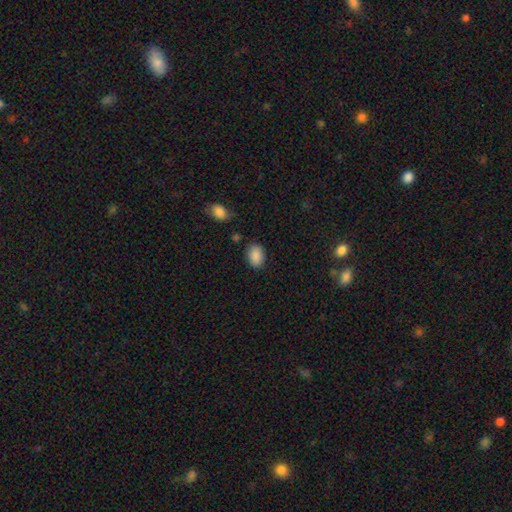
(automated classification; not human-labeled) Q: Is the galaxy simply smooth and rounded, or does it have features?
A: smooth — 89%.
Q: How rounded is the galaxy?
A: in between — 82%.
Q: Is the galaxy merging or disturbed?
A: none — 82%.